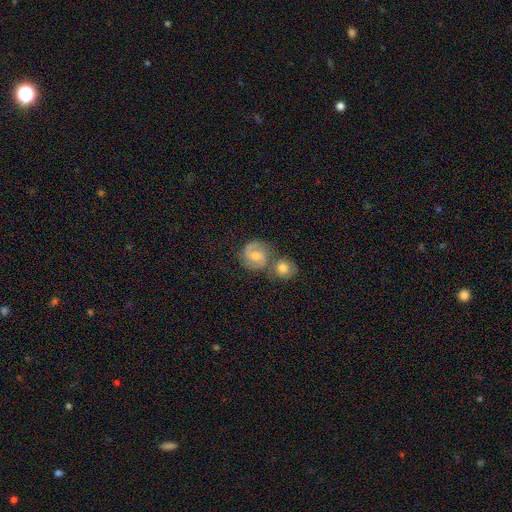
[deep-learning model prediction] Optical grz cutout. It shows a featured or disk galaxy (71%) with a weak bar (45%), 2 (85%) medium (50%) spiral arms (92%) and a moderate central bulge (60%). Merging: none (50%).